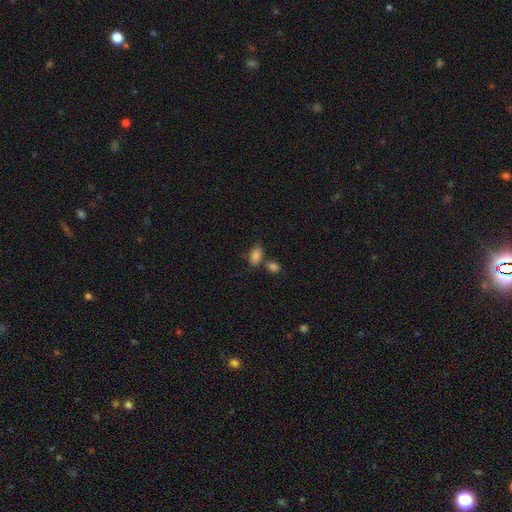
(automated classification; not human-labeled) Smooth or featured?
  - smooth: 85% *
  - star or artifact: 9%
  - featured or disk: 6%
How rounded?
  - in between: 90% *
  - round: 8%
  - cigar-shaped: 3%
Merging?
  - none: 58% *
  - merger: 23%
  - minor disturbance: 14%
  - major disturbance: 5%